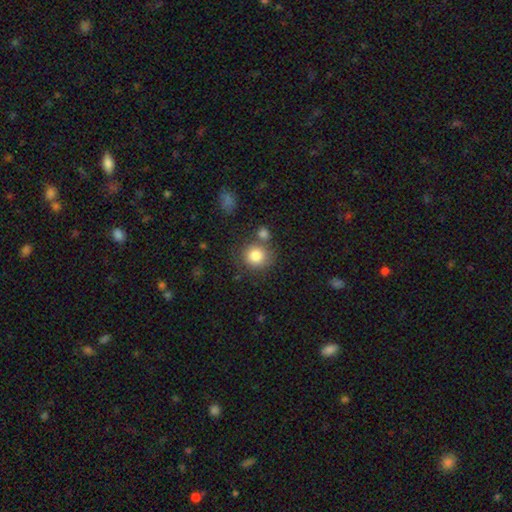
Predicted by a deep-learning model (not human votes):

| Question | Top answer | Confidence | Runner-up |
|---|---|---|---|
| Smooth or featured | smooth | 82% | star or artifact (10%) |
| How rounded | round | 89% | in between (10%) |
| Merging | none | 66% | merger (18%) |